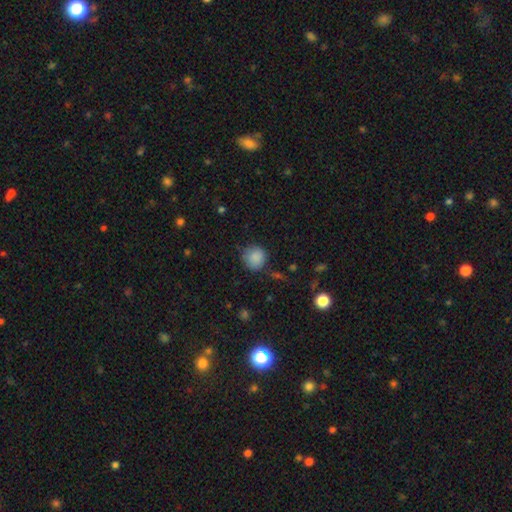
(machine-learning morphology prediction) Smooth or featured? smooth (87%)
How rounded? round (91%)
Merging? none (78%)